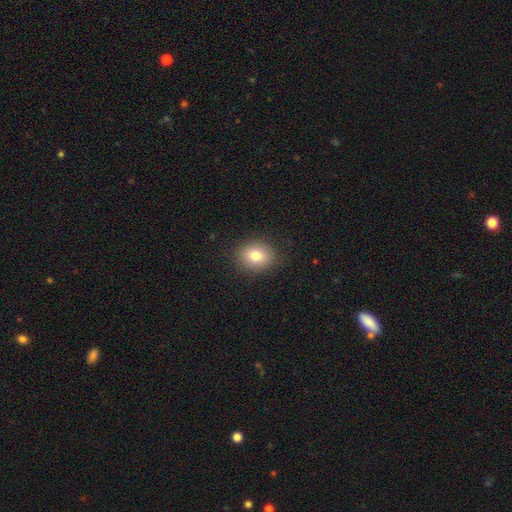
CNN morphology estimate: Smooth or featured?
  - smooth: 79% *
  - star or artifact: 11%
  - featured or disk: 10%
How rounded?
  - round: 59% *
  - in between: 40%
  - cigar-shaped: 1%
Merging?
  - none: 88% *
  - minor disturbance: 9%
  - major disturbance: 3%
  - merger: 1%